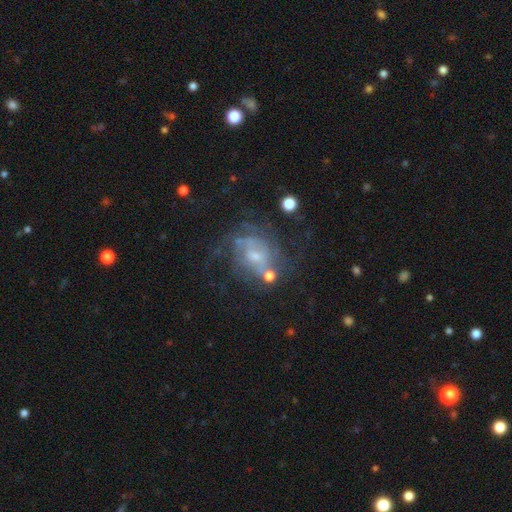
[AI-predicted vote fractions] Smooth or featured?
  - featured or disk: 73% *
  - smooth: 15%
  - star or artifact: 13%
Edge-on disk?
  - no: 97% *
  - yes: 3%
Bar?
  - no: 56% *
  - weak: 36%
  - strong: 8%
Spiral arms?
  - yes: 79% *
  - no: 21%
Spiral winding?
  - tight: 42% *
  - medium: 40%
  - loose: 18%
Spiral arm count?
  - can't tell: 47% *
  - 2: 22%
  - 3: 13%
  - 4: 7%
  - 1: 5%
  - more than 4: 5%
Bulge size?
  - small: 61% *
  - moderate: 29%
  - none: 6%
  - large: 2%
  - dominant: 1%
Merging?
  - none: 54% *
  - major disturbance: 19%
  - minor disturbance: 19%
  - merger: 8%